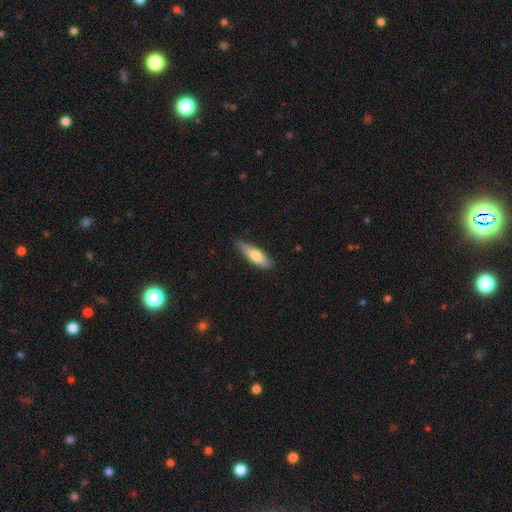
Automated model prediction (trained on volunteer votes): smooth 67%, featured or disk 27%, star or artifact 6%. Down the decision tree: how rounded — cigar-shaped (52%); merging — none (76%).